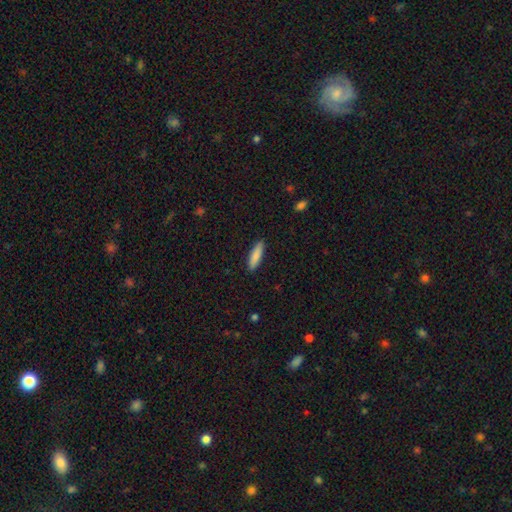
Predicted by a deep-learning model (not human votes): A smooth galaxy with no disk features (86%) that is cigar-shaped (66%).

Vote fractions:
- Smooth or featured? smooth: 86% / featured or disk: 8% / star or artifact: 6%
- How rounded? cigar-shaped: 66% / in between: 33% / round: 2%
- Merging? none: 89% / minor disturbance: 8% / major disturbance: 2% / merger: 1%